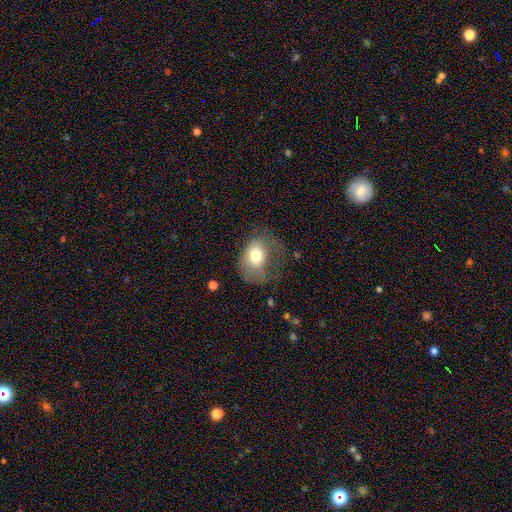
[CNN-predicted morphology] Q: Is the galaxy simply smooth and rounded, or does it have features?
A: smooth — 69%.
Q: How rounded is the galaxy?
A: in between — 60%.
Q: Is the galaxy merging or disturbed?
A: major disturbance — 39%.